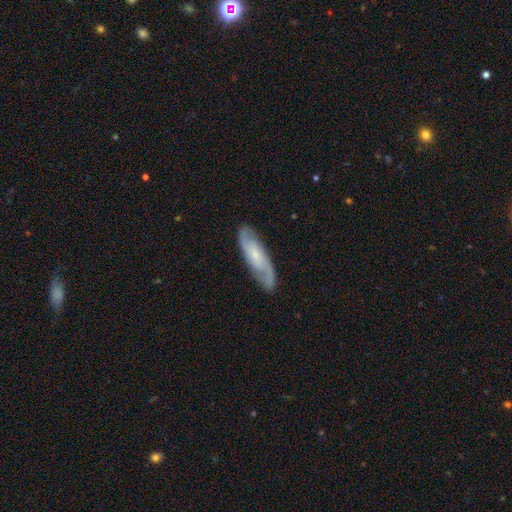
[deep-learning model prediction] Smooth or featured? Predicted: featured or disk (p=0.77). Edge-on disk? Predicted: no (p=0.86). Bar? Predicted: no (p=0.56). Spiral arms? Predicted: yes (p=0.95). Spiral winding? Predicted: medium (p=0.46). Spiral arm count? Predicted: 2 (p=0.84). Bulge size? Predicted: small (p=0.64). Merging? Predicted: none (p=0.82).